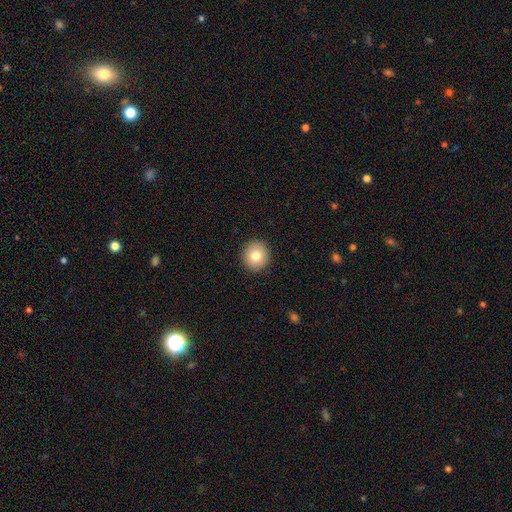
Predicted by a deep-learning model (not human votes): Overall: smooth (78%). How rounded: round (91%). Merging: none (92%).